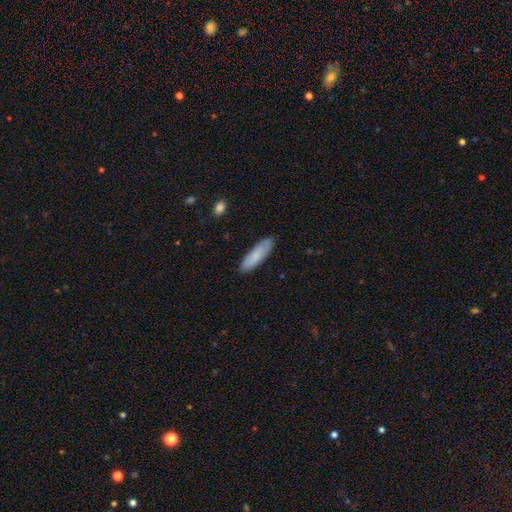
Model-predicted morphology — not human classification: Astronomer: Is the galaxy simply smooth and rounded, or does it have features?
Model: smooth — 81%.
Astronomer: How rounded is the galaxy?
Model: cigar-shaped — 57% (runner-up: in between, 41%).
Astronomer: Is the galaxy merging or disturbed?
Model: none — 86%.